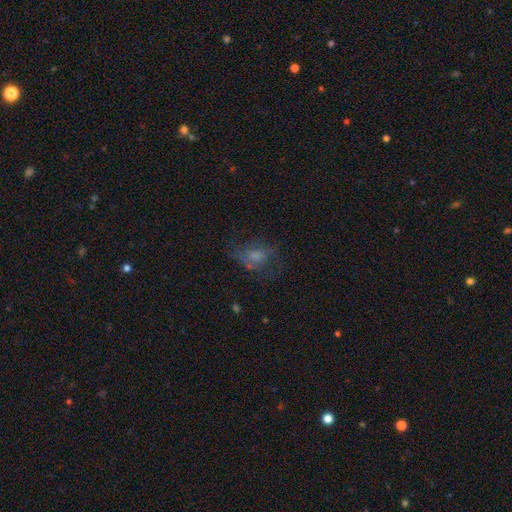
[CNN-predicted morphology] smooth 50%, featured or disk 34%, star or artifact 16%. Down the decision tree: how rounded — in between (71%); merging — none (41%).